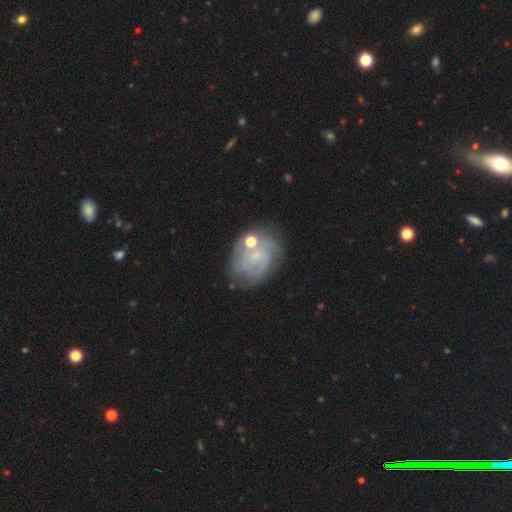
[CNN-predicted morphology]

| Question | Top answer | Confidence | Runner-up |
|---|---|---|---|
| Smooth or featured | featured or disk | 65% | smooth (25%) |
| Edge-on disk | no | 98% | yes (2%) |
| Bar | no | 68% | weak (28%) |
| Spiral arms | yes | 76% | no (24%) |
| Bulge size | small | 69% | none (14%) |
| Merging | none | 58% | minor disturbance (21%) |